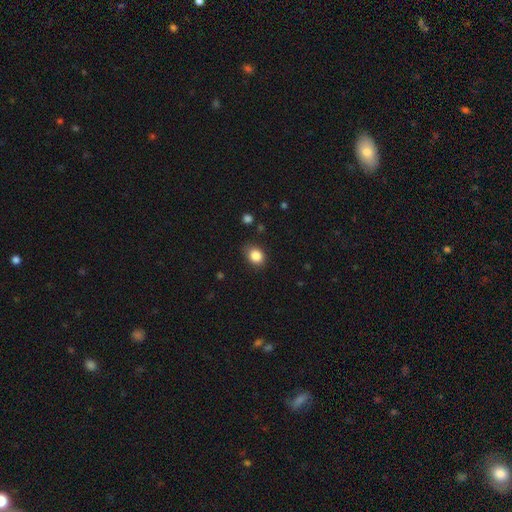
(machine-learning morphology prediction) type=smooth (85%); roundness=in between (52%); merging=none (81%).